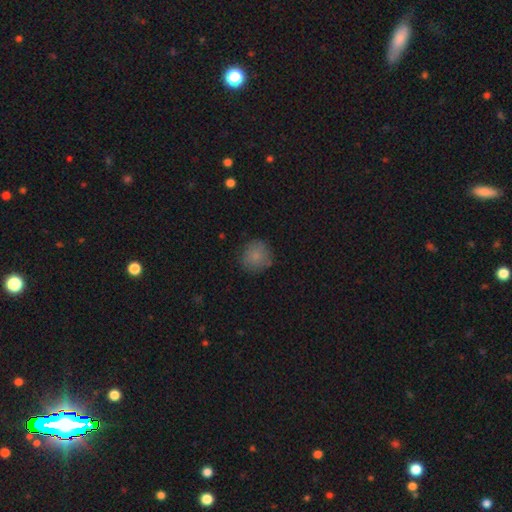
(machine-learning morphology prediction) Smooth or featured? smooth (82%)
How rounded? round (92%)
Merging? none (82%)